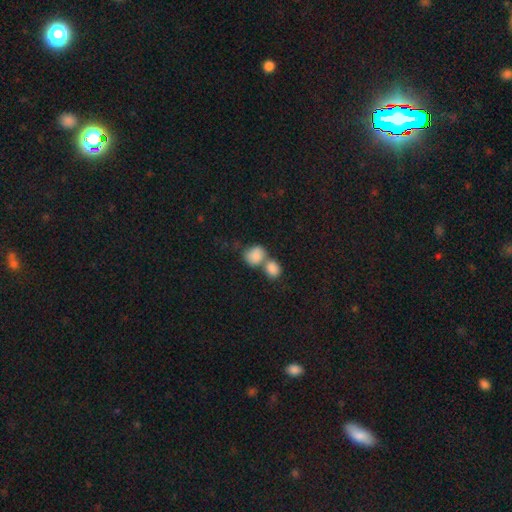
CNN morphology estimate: This is clearly a smooth galaxy (85%). How rounded: possibly round (59%). Merging: likely merger (65%).